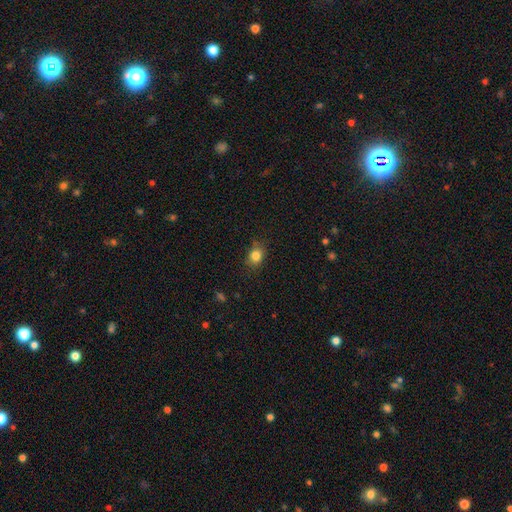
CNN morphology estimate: A smooth galaxy with no disk features (83%) that is round (55%).

Vote fractions:
- Smooth or featured? smooth: 83% / star or artifact: 11% / featured or disk: 6%
- How rounded? round: 55% / in between: 44% / cigar-shaped: 1%
- Merging? none: 79% / minor disturbance: 16% / major disturbance: 3% / merger: 1%